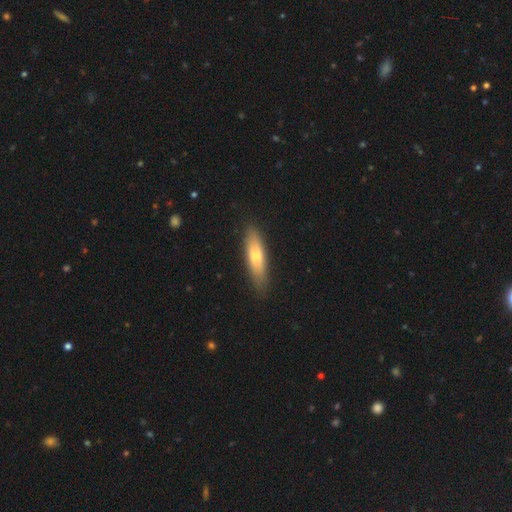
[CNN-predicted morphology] smooth-or-featured: smooth: 68% | featured or disk: 26% | star or artifact: 6%
  how-rounded: cigar-shaped: 66% | in between: 32% | round: 2%
  merging: none: 83% | minor disturbance: 13% | major disturbance: 3% | merger: 1%